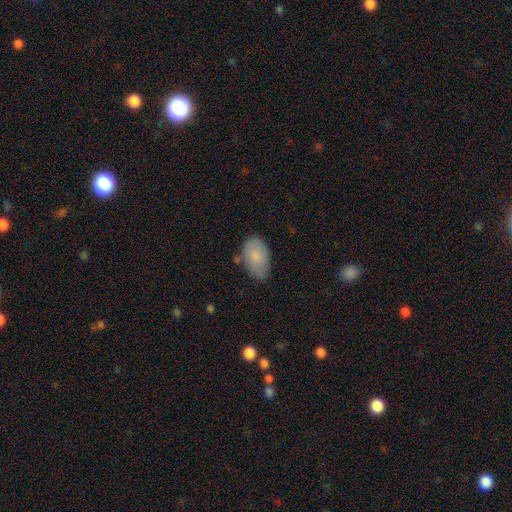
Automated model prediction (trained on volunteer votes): Smooth or featured: smooth — 80% (featured or disk — 13%)
How rounded: in between — 93% (round — 6%)
Merging: none — 66% (minor disturbance — 26%)